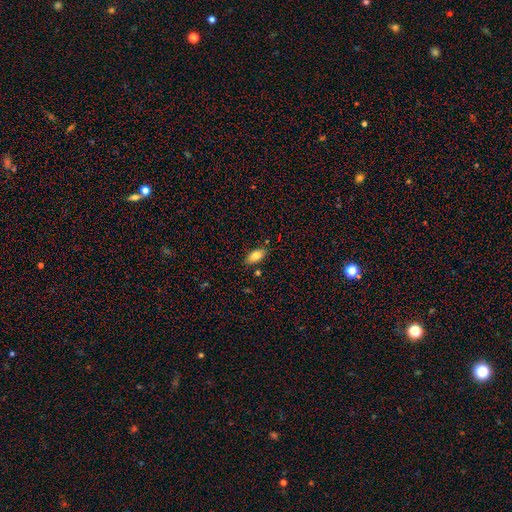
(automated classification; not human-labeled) The model was most divided on "smooth or featured": smooth: 80%, featured or disk: 12%, star or artifact: 7%. More confident: how rounded — in between (91%); merging — none (82%).